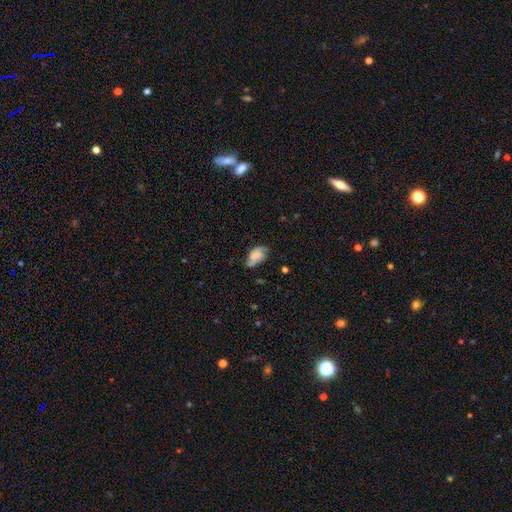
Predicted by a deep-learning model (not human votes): A smooth galaxy with no disk features (54%) that is in between round and cigar-shaped (90%).

Vote fractions:
- Smooth or featured? smooth: 54% / featured or disk: 36% / star or artifact: 10%
- How rounded? in between: 90% / round: 8% / cigar-shaped: 3%
- Merging? none: 50% / minor disturbance: 32% / major disturbance: 14% / merger: 3%